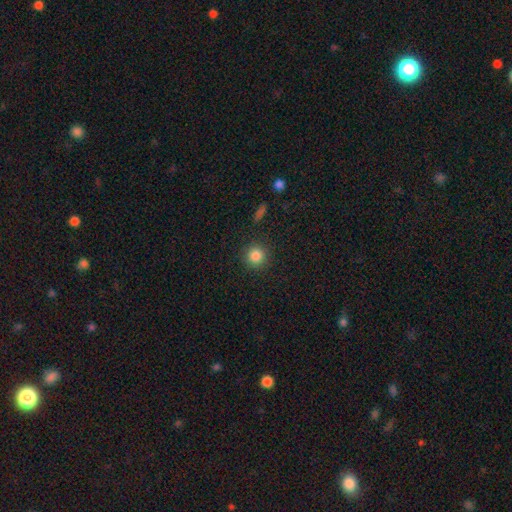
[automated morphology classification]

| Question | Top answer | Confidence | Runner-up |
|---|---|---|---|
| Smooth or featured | smooth | 84% | star or artifact (11%) |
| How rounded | round | 94% | in between (5%) |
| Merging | none | 90% | minor disturbance (6%) |